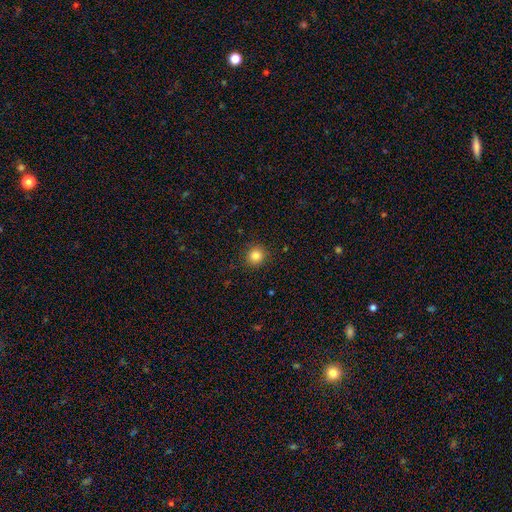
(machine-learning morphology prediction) smooth 84%, star or artifact 11%, featured or disk 5%. Down the decision tree: how rounded — round (92%); merging — none (90%).